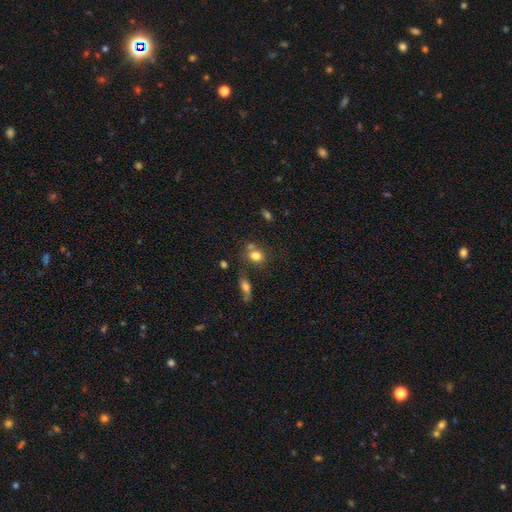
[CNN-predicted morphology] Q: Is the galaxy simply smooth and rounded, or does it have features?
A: smooth — 78%.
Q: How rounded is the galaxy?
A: round — 58%.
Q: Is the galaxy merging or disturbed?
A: none — 53%.